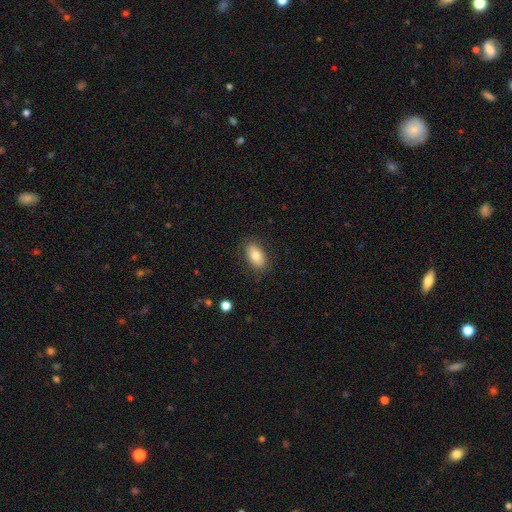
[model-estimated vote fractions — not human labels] smooth-or-featured: smooth: 79% | featured or disk: 14% | star or artifact: 8%
  how-rounded: in between: 91% | round: 7% | cigar-shaped: 2%
  merging: none: 85% | minor disturbance: 11% | major disturbance: 3% | merger: 1%